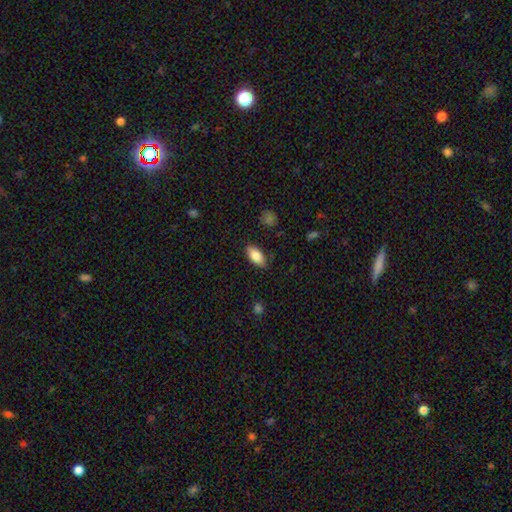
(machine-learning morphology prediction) Smooth or featured? Predicted: smooth (p=0.85). How rounded? Predicted: in between (p=0.90). Merging? Predicted: none (p=0.84).